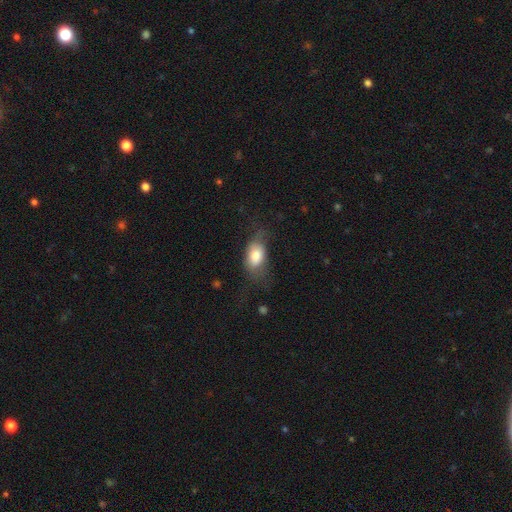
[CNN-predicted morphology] smooth 76%, featured or disk 16%, star or artifact 8%. Down the decision tree: how rounded — in between (87%); merging — none (45%).